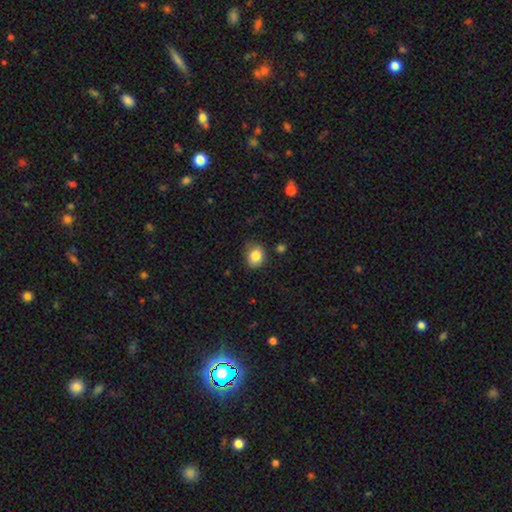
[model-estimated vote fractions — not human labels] Morphology: type=smooth (83%); roundness=round (61%); merging=none (70%).